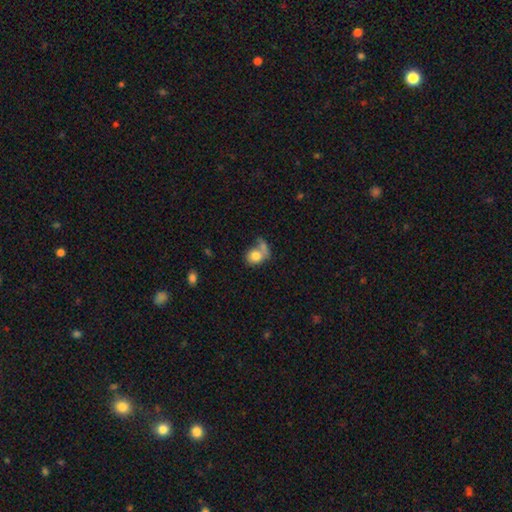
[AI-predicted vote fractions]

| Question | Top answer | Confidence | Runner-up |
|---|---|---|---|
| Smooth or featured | smooth | 75% | featured or disk (17%) |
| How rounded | round | 59% | in between (40%) |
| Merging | merger | 38% | none (32%) |